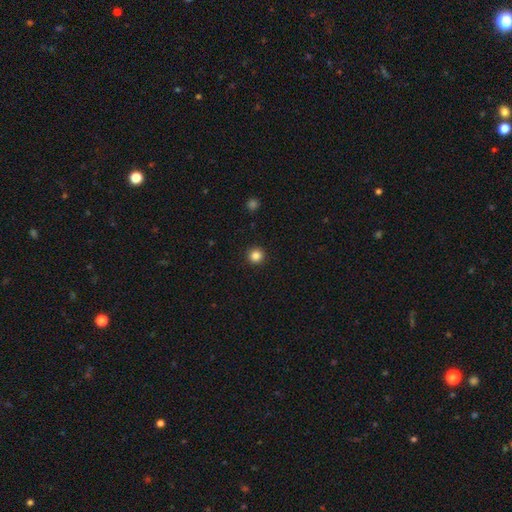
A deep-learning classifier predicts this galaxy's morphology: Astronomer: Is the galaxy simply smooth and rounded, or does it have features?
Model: smooth — 85%.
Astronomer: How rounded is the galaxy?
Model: round — 96%.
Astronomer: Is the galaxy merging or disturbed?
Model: none — 93%.